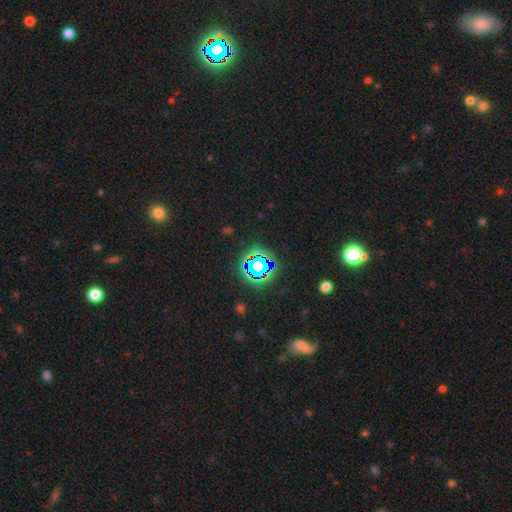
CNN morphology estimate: type=star or artifact (73%).